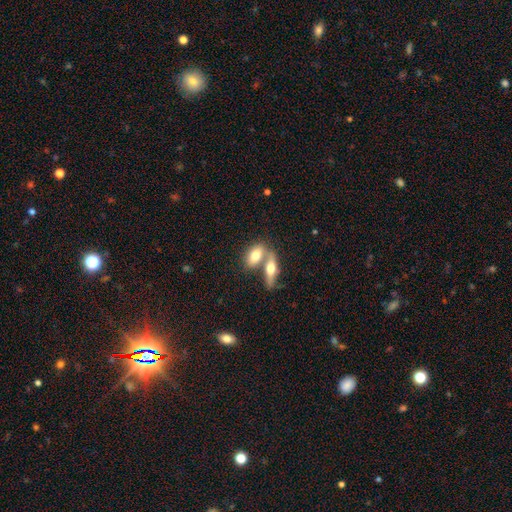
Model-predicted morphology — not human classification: This is likely a smooth galaxy (67%). How rounded: clearly in between (82%). Merging: possibly merger (55%).